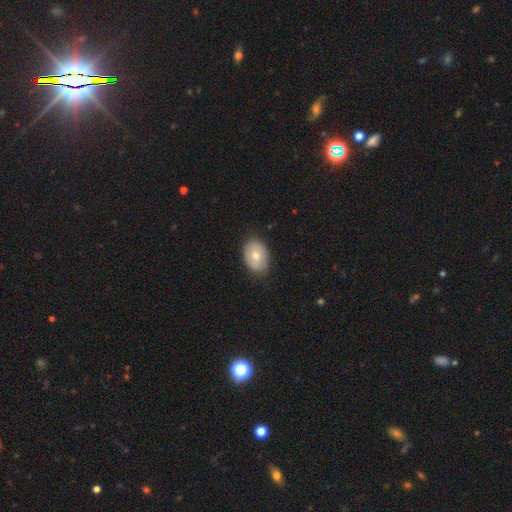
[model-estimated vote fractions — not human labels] Smooth or featured? Predicted: smooth (p=0.71). How rounded? Predicted: in between (p=0.80). Merging? Predicted: none (p=0.83).